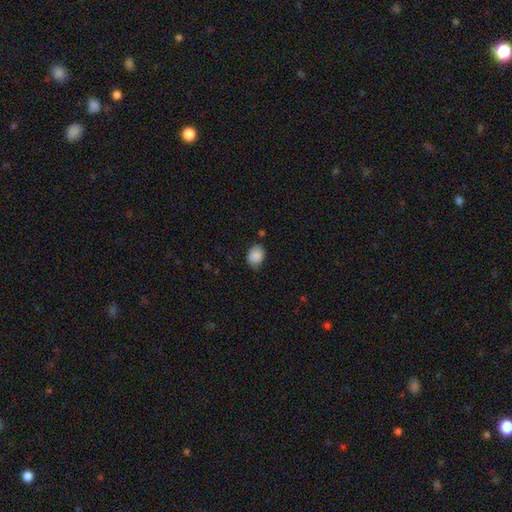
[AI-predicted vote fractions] Smooth or featured? Predicted: smooth (p=0.87). How rounded? Predicted: in between (p=0.55). Merging? Predicted: none (p=0.70).